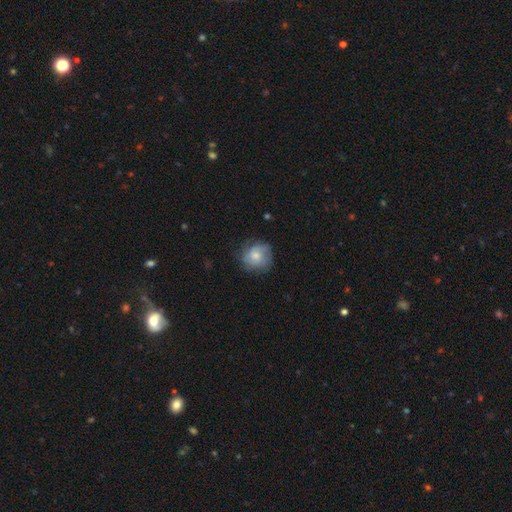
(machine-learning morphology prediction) The model was most divided on "smooth or featured": smooth: 55%, featured or disk: 37%, star or artifact: 8%. More confident: how rounded — round (83%); merging — none (67%).